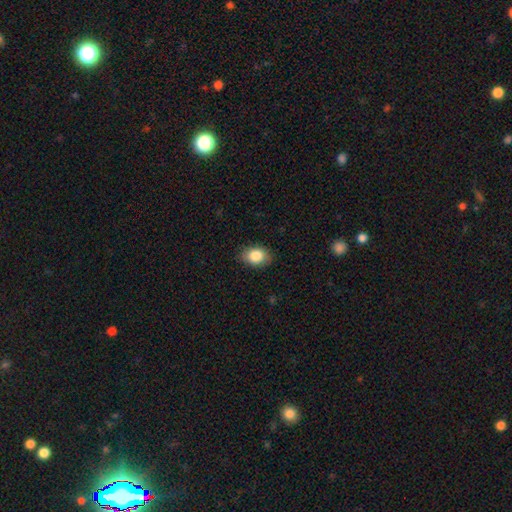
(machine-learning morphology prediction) Smooth or featured?
  - smooth: 86% *
  - star or artifact: 8%
  - featured or disk: 6%
How rounded?
  - in between: 71% *
  - round: 27%
  - cigar-shaped: 1%
Merging?
  - none: 84% *
  - minor disturbance: 12%
  - major disturbance: 3%
  - merger: 1%